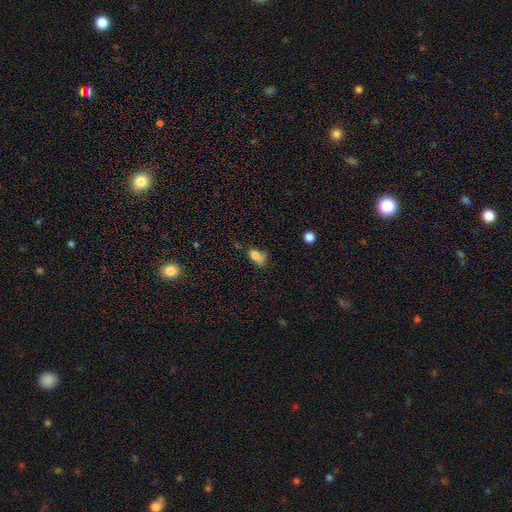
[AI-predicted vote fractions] smooth 71%, featured or disk 16%, star or artifact 12%. Down the decision tree: how rounded — in between (81%); merging — none (33%).